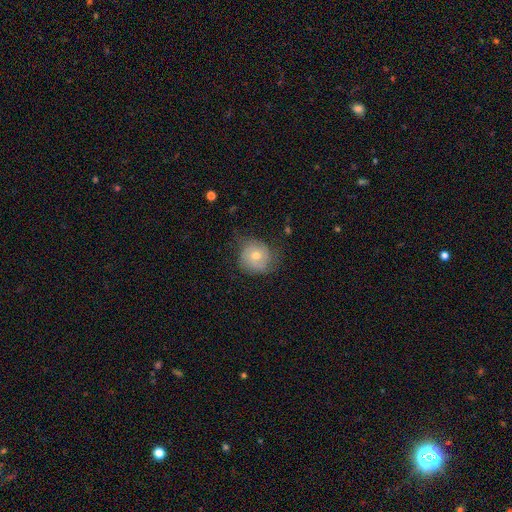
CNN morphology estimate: A smooth galaxy with no disk features (51%) that is round (83%). Merging: none (63%).